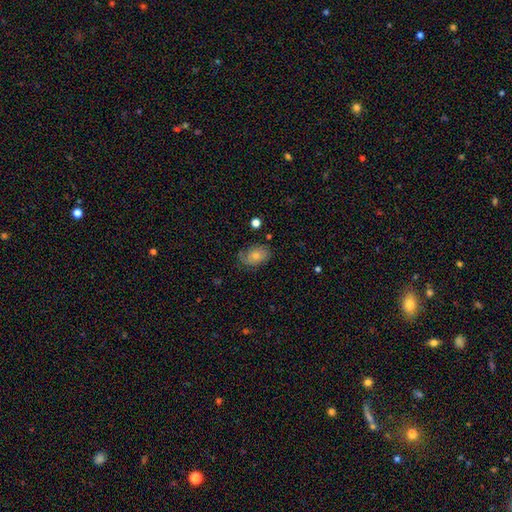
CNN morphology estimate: Overall: featured or disk (43%, tied with smooth). Merging: none (70%).